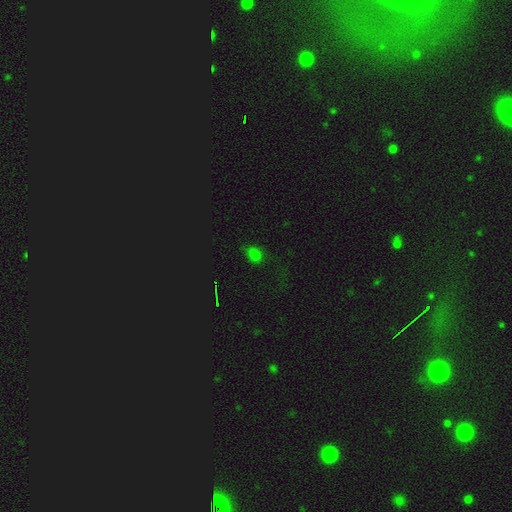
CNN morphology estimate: Smooth or featured: smooth — 66% (star or artifact — 29%)
How rounded: in between — 62% (round — 36%)
Merging: none — 69% (minor disturbance — 22%)